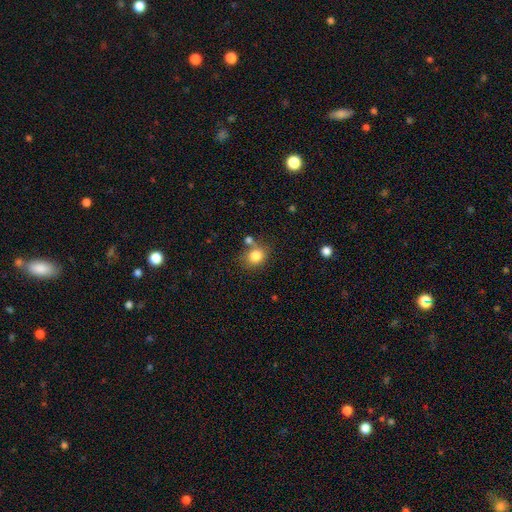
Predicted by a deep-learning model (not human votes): A smooth galaxy with no disk features (82%) that is round (69%). Merging: none (61%).